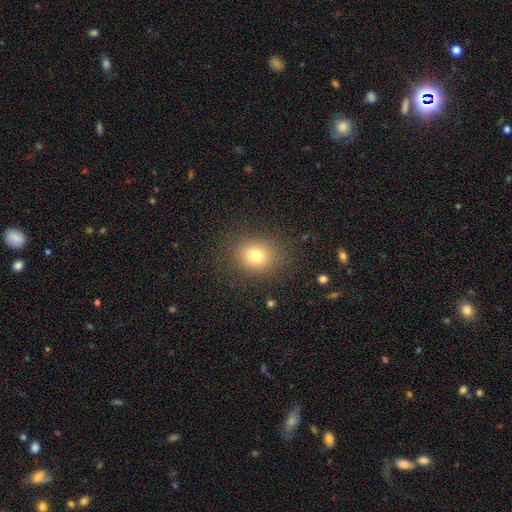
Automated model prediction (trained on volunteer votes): Smooth or featured? smooth (76%)
How rounded? round (70%)
Merging? none (86%)